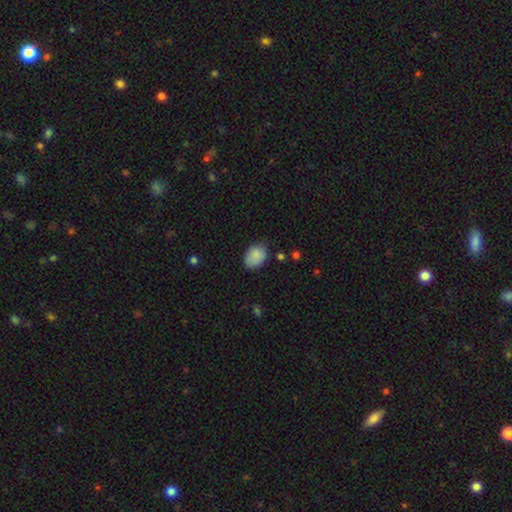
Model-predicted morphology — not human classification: Overall: smooth (86%). How rounded: in between (73%). Merging: none (69%).